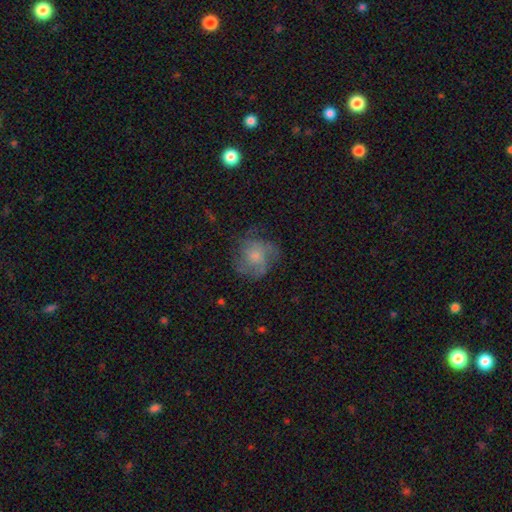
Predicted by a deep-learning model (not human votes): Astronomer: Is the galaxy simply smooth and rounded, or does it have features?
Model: featured or disk — 46% (runner-up: smooth, 44%).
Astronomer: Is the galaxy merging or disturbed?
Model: none — 60%.